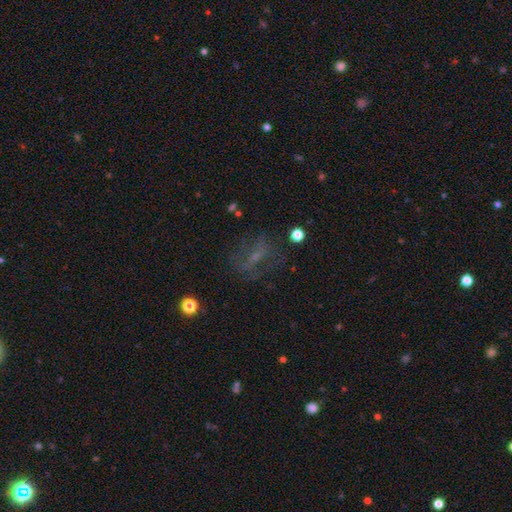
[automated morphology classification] Smooth or featured: featured or disk — 41% (smooth — 33%)
Merging: none — 58% (major disturbance — 22%)